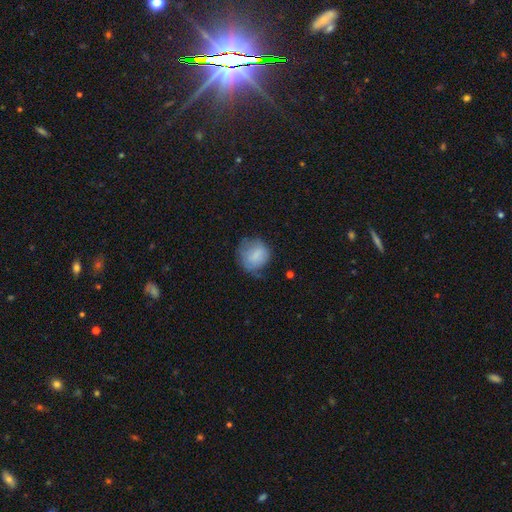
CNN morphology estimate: The model was most divided on "merging": none: 51%, minor disturbance: 32%, major disturbance: 14%, merger: 2%. More confident: how rounded — round (77%); smooth or featured — smooth (77%).